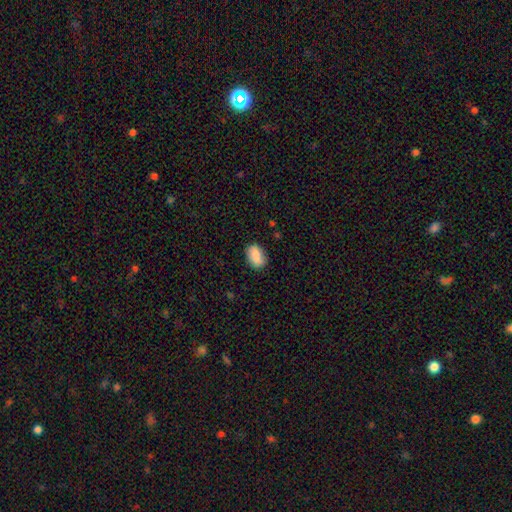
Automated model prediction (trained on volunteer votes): smooth 84%, featured or disk 9%, star or artifact 7%. Down the decision tree: how rounded — in between (85%); merging — none (82%).